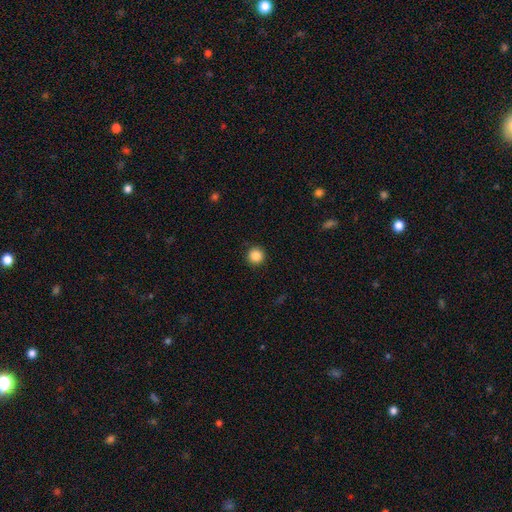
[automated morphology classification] A smooth galaxy with no disk features (86%) that is round (96%).

Vote fractions:
- Smooth or featured? smooth: 86% / star or artifact: 10% / featured or disk: 4%
- How rounded? round: 96% / in between: 3% / cigar-shaped: 1%
- Merging? none: 92% / minor disturbance: 5% / major disturbance: 2% / merger: 1%